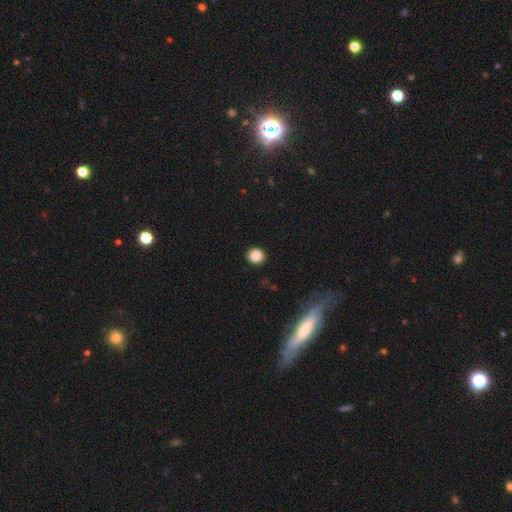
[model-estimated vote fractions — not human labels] smooth 87%, star or artifact 9%, featured or disk 3%. Down the decision tree: how rounded — round (83%); merging — none (90%).